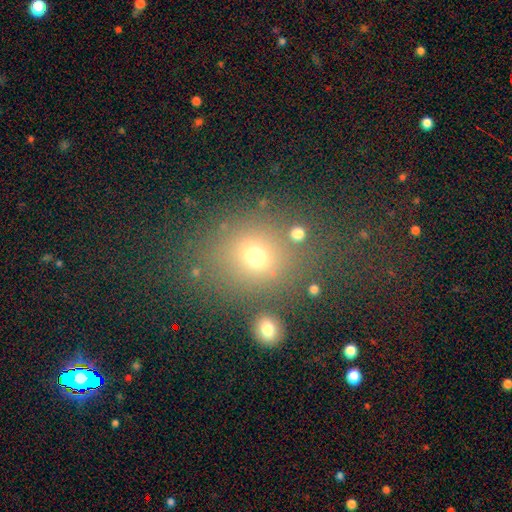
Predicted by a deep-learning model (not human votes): Overall: smooth (65%). How rounded: round (55%; in between 43%). Merging: none (71%).